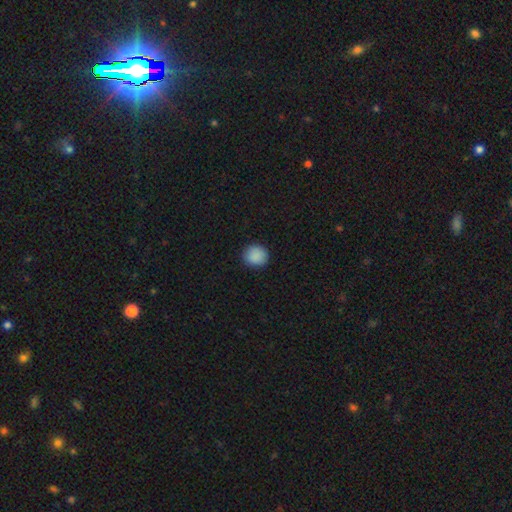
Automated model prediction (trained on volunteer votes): Smooth or featured: smooth — 89% (star or artifact — 8%)
How rounded: round — 89% (in between — 10%)
Merging: none — 90% (minor disturbance — 7%)